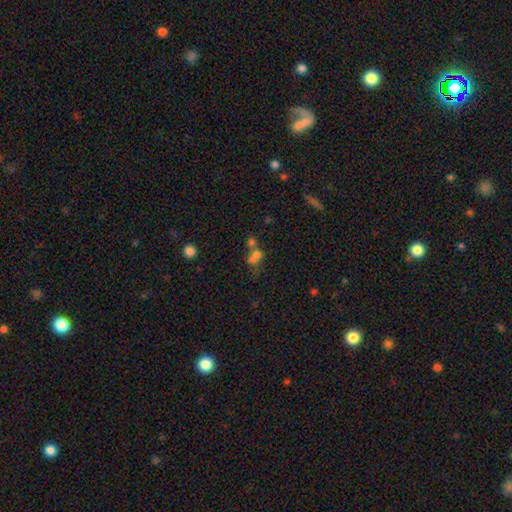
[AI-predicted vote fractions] Smooth or featured? Predicted: smooth (p=0.61). How rounded? Predicted: round (p=0.69). Merging? Predicted: merger (p=0.62).